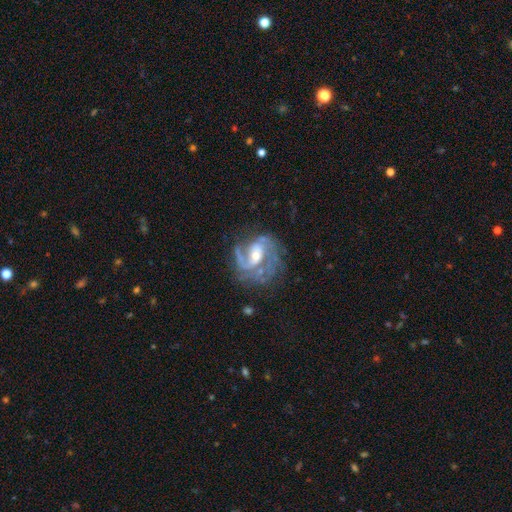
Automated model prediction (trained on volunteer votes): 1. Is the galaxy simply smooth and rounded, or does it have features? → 88% featured or disk, 6% smooth, 6% star or artifact.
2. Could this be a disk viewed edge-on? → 98% no, 2% yes.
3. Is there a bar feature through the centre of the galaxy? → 44% weak, 38% no, 18% strong.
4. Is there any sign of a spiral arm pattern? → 95% yes, 5% no.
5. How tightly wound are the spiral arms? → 47% medium, 33% tight, 20% loose.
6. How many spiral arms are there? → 52% 2, 16% can't tell, 14% 3, 10% 1, 4% 4, 4% more than 4.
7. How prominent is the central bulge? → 53% moderate, 41% small, 3% large, 1% none, 1% dominant.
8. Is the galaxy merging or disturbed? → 58% none, 21% minor disturbance, 18% major disturbance, 3% merger.